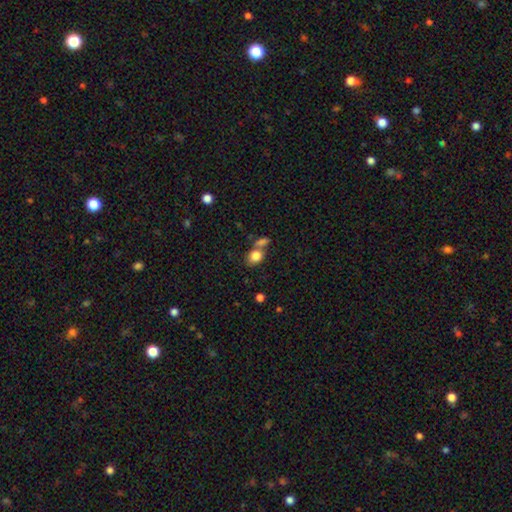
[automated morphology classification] The model was most divided on "how rounded": in between: 54%, round: 44%, cigar-shaped: 1%. Remaining: smooth or featured — smooth (82%); merging — none (48%).